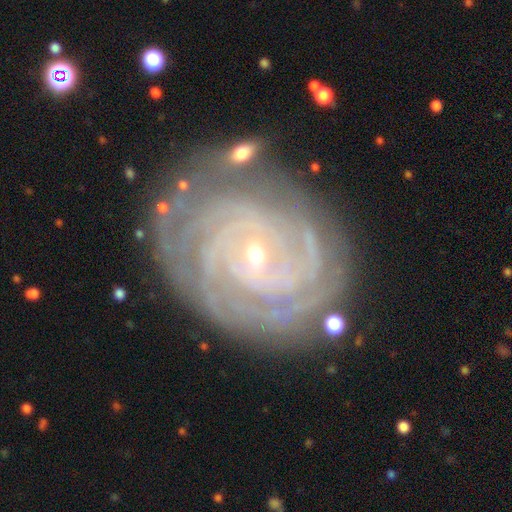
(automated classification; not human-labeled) A featured or disk galaxy (89%) with no bar (57%), 4 (26%) tight (82%) spiral arms (98%) and a small central bulge (81%). Merging: none (73%).